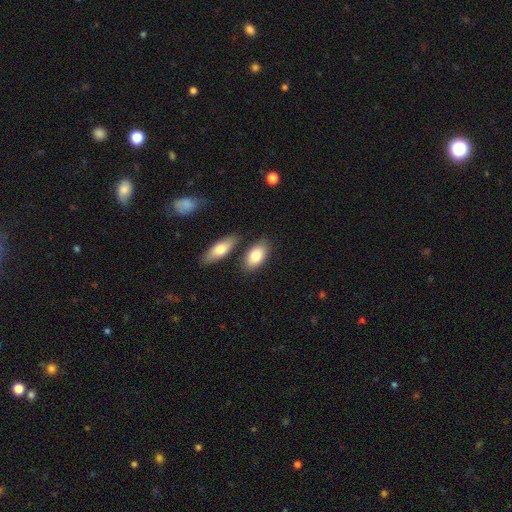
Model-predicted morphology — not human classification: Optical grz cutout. It shows a smooth galaxy with no disk features (81%) that is in between round and cigar-shaped (91%). Merging: none (74%).